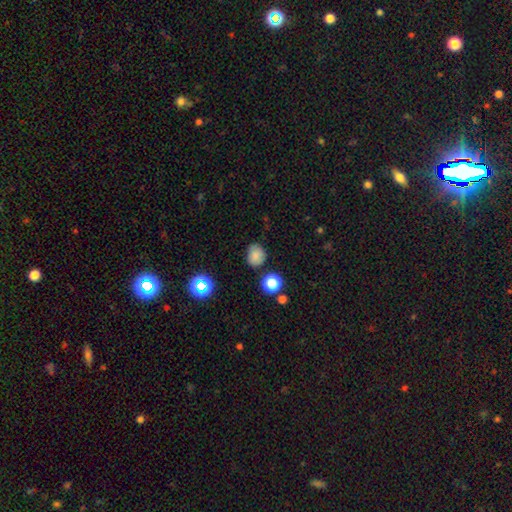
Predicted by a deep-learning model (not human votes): smooth_or_featured: smooth (p=0.79) [alt: star or artifact p=0.14]
how_rounded: round (p=0.65) [alt: in between p=0.34]
merging: none (p=0.74) [alt: minor disturbance p=0.19]